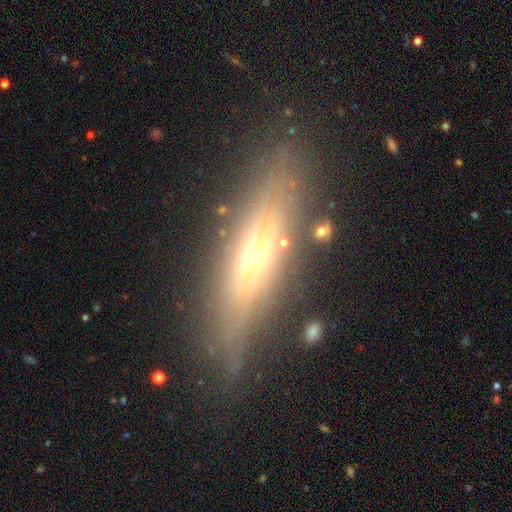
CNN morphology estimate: Smooth or featured?
  - featured or disk: 68% *
  - smooth: 24%
  - star or artifact: 9%
Edge-on disk?
  - yes: 79% *
  - no: 21%
Edge-on bulge?
  - rounded: 84% *
  - none: 11%
  - boxy: 4%
Merging?
  - none: 76% *
  - minor disturbance: 15%
  - major disturbance: 6%
  - merger: 2%